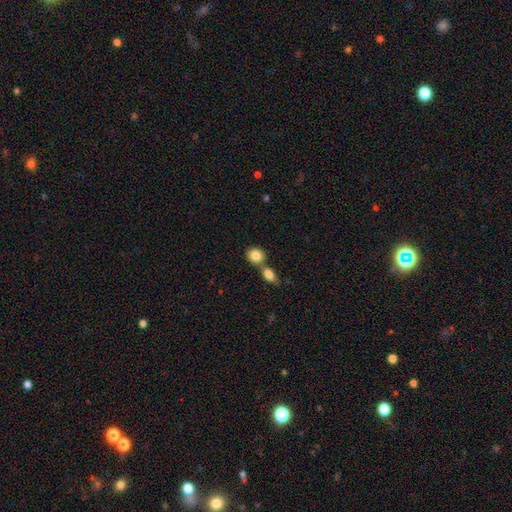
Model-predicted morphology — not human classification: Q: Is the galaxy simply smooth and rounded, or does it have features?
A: smooth — 85%.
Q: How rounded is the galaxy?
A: round — 73%.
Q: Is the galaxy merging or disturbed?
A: none — 46%.